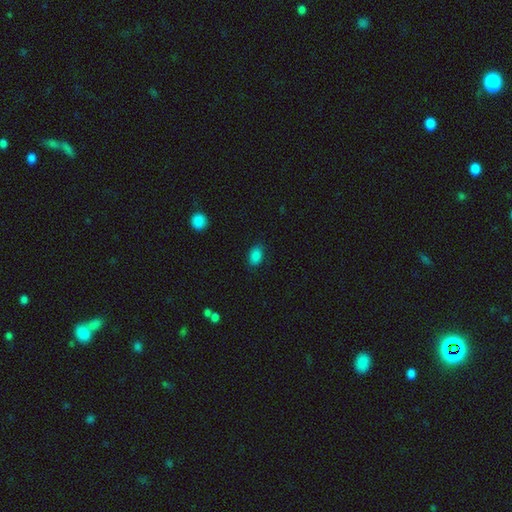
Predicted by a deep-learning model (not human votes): Smooth or featured? Predicted: smooth (p=0.86). How rounded? Predicted: in between (p=0.89). Merging? Predicted: none (p=0.84).